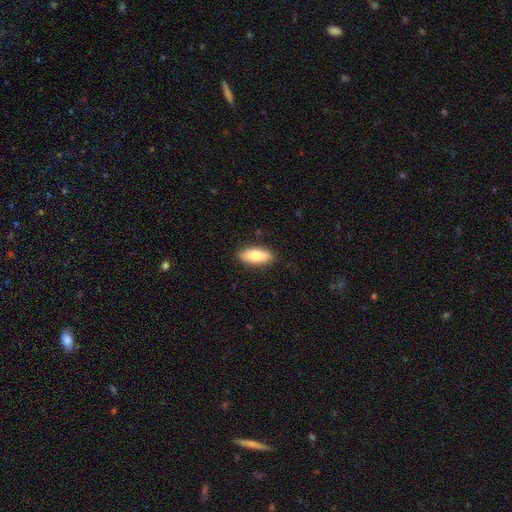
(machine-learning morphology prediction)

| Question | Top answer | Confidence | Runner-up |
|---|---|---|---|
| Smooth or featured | smooth | 77% | featured or disk (16%) |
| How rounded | in between | 80% | cigar-shaped (18%) |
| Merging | none | 88% | minor disturbance (9%) |